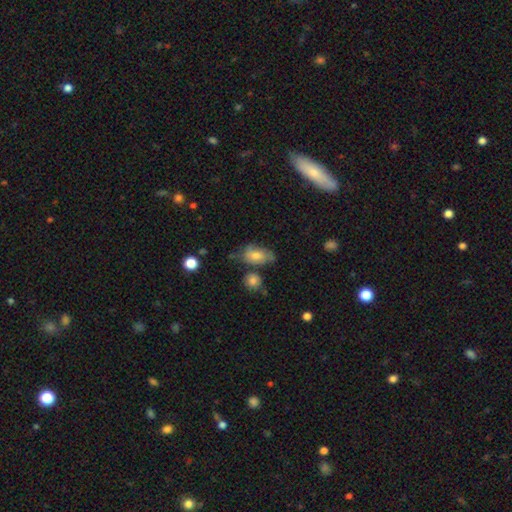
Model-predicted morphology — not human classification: smooth 56%, featured or disk 33%, star or artifact 11%. Down the decision tree: how rounded — in between (84%); merging — none (51%).